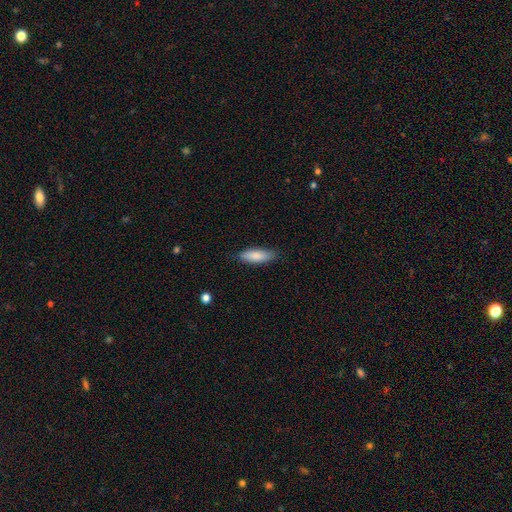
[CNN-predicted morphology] The model was most divided on "how rounded": in between: 57%, cigar-shaped: 41%, round: 2%. More confident: smooth or featured — smooth (85%); merging — none (83%).